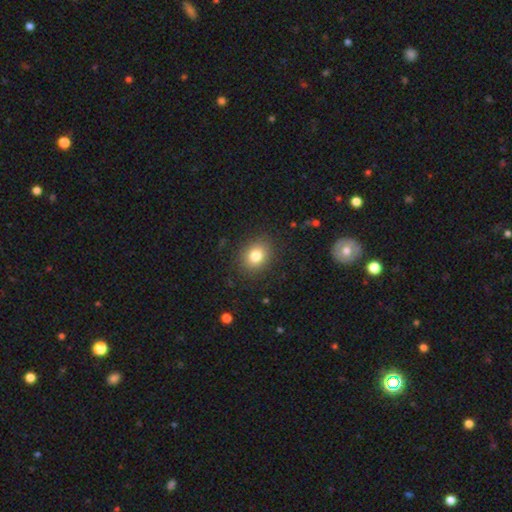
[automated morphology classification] This appears to be a smooth galaxy with no disk features (81%) that is round (56%). Merging: none (87%).